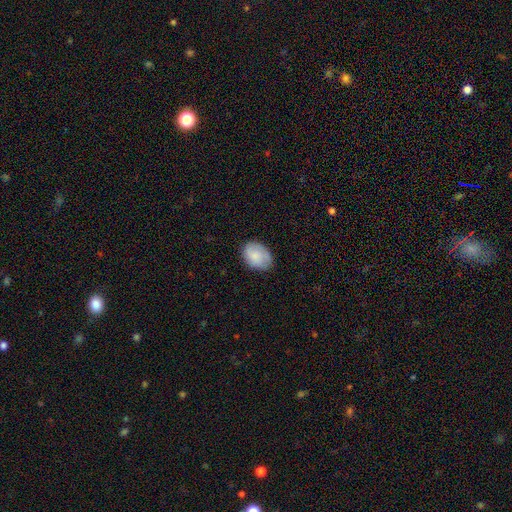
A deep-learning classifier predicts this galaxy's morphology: This appears to be a smooth galaxy with no disk features (80%) that is in between round and cigar-shaped (75%). Merging: none (75%).